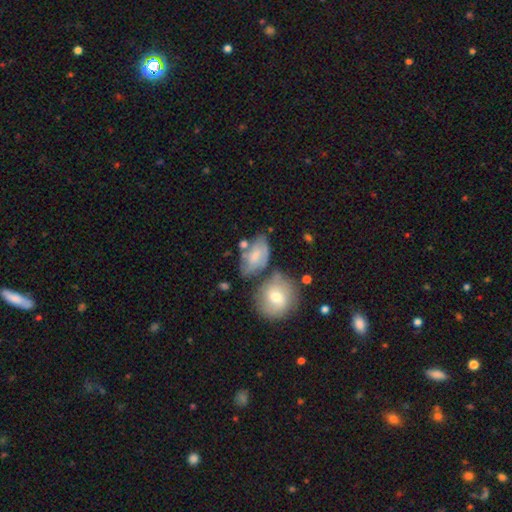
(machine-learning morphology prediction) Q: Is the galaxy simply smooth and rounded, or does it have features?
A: smooth — 52%.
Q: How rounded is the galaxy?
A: in between — 87%.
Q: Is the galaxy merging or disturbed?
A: none — 44%.